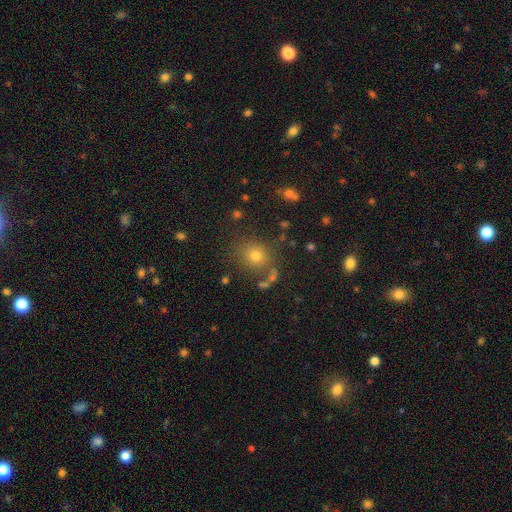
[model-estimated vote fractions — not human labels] Smooth or featured? Predicted: smooth (p=0.71). How rounded? Predicted: round (p=0.80). Merging? Predicted: none (p=0.75).